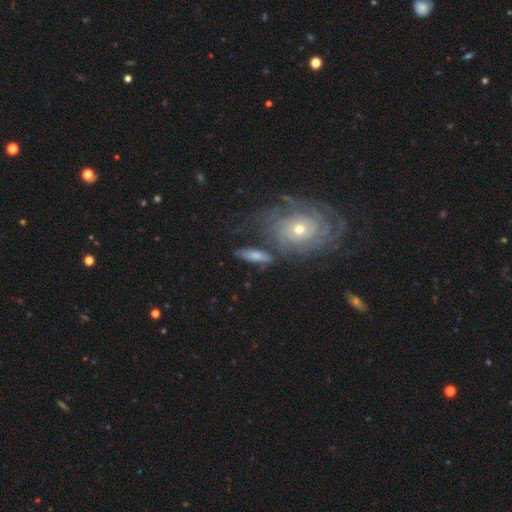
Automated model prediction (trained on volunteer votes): A featured or disk galaxy (47%).

Vote fractions:
- Smooth or featured? featured or disk: 47% / smooth: 45% / star or artifact: 9%
- Merging? none: 66% / minor disturbance: 17% / merger: 11% / major disturbance: 6%